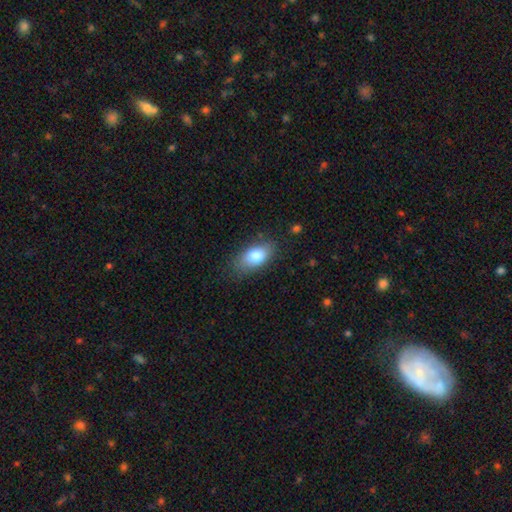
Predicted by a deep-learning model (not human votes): Smooth or featured: smooth — 82% (featured or disk — 11%)
How rounded: in between — 90% (round — 5%)
Merging: none — 77% (minor disturbance — 17%)